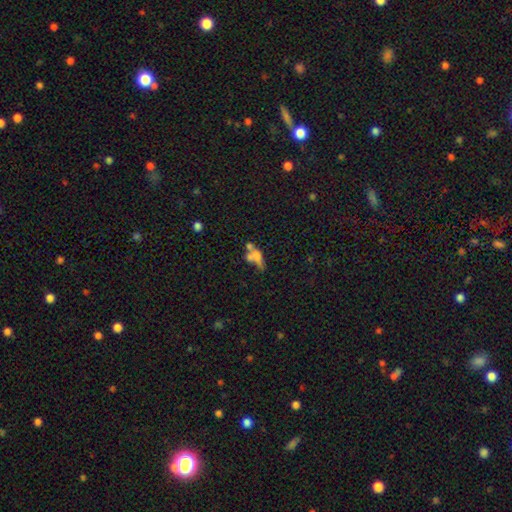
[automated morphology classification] smooth-or-featured: smooth: 49% | featured or disk: 38% | star or artifact: 13%
  merging: merger: 43% | none: 30% | minor disturbance: 14% | major disturbance: 13%